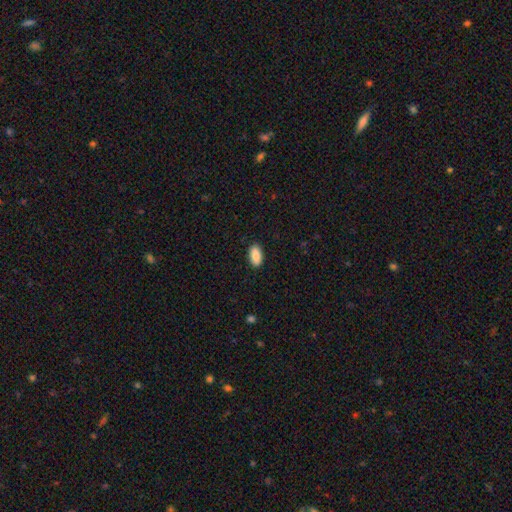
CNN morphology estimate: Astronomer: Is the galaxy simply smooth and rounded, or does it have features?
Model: smooth — 88%.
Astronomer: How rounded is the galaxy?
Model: in between — 93%.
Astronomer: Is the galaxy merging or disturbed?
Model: none — 89%.